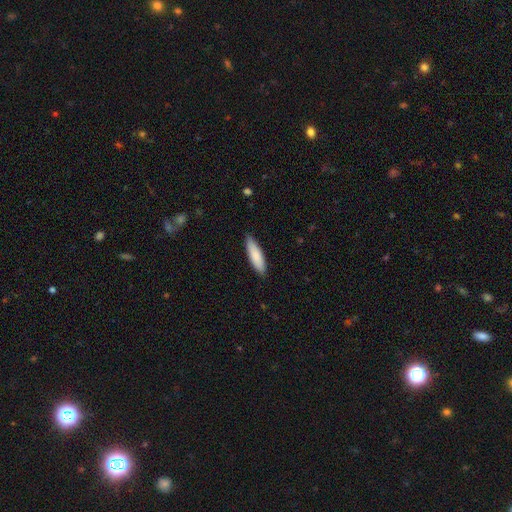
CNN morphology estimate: type=smooth (85%); roundness=cigar-shaped (61%); merging=none (87%).